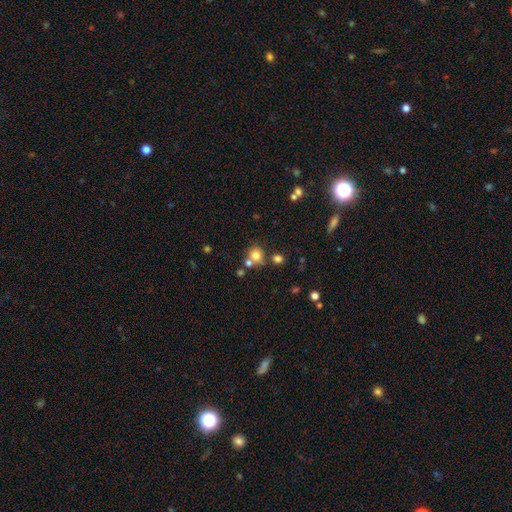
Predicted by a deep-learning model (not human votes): Smooth or featured?
  - smooth: 75% *
  - star or artifact: 14%
  - featured or disk: 11%
How rounded?
  - round: 84% *
  - in between: 15%
  - cigar-shaped: 1%
Merging?
  - none: 57% *
  - merger: 29%
  - minor disturbance: 10%
  - major disturbance: 4%